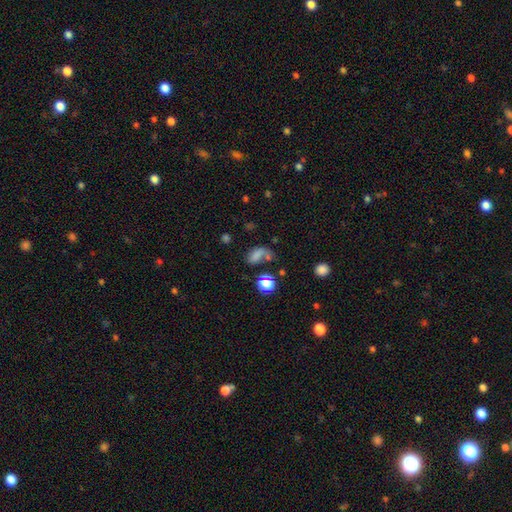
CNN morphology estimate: Smooth or featured: smooth — 65% (star or artifact — 20%)
How rounded: in between — 76% (round — 20%)
Merging: none — 35% (major disturbance — 24%)